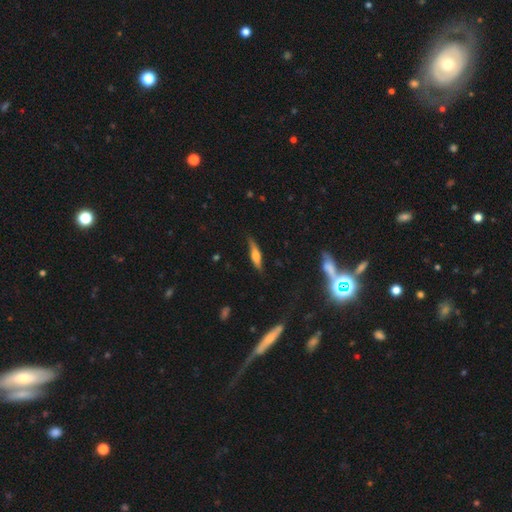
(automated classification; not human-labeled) This is possibly a smooth galaxy (47%). Merging: likely none (77%).